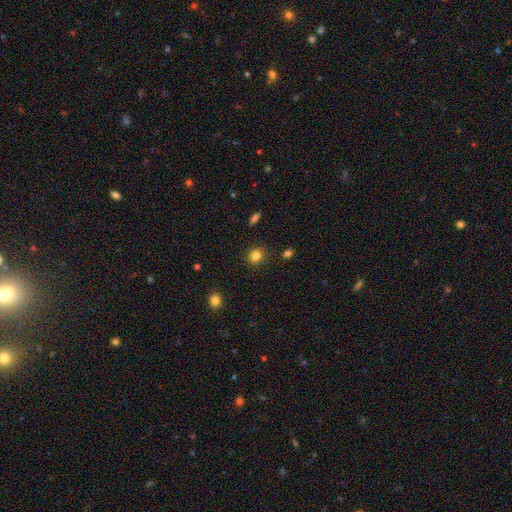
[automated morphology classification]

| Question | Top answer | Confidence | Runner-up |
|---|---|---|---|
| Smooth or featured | smooth | 83% | star or artifact (12%) |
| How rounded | round | 91% | in between (8%) |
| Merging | none | 90% | minor disturbance (6%) |